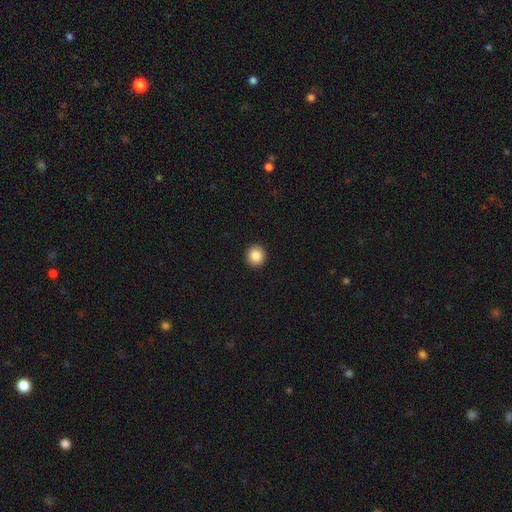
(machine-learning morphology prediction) type=smooth (86%); roundness=round (92%); merging=none (93%).